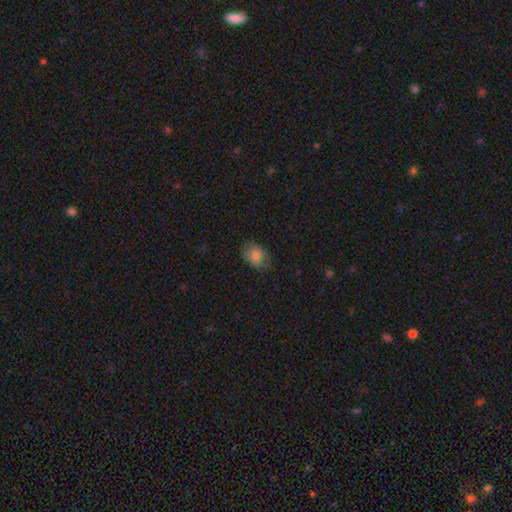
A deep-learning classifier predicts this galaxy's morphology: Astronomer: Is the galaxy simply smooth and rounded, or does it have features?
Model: smooth — 77%.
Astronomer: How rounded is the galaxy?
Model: in between — 74%.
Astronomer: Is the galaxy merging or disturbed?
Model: none — 70%.